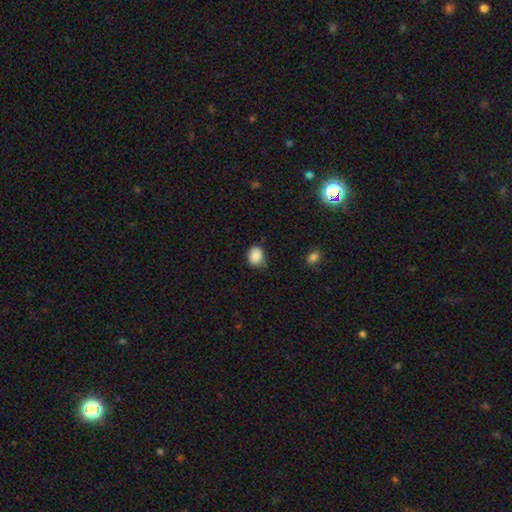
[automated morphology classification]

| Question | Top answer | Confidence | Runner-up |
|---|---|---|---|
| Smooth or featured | smooth | 87% | star or artifact (9%) |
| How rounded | round | 55% | in between (44%) |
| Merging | none | 65% | minor disturbance (29%) |